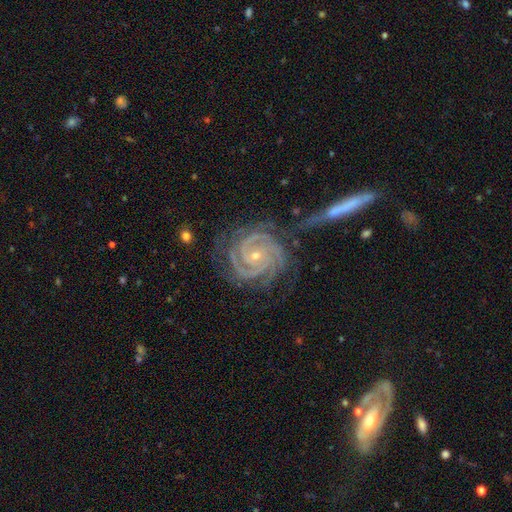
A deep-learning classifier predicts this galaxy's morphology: This is clearly a featured or disk galaxy (93%). It is clearly not viewed edge-on (98%). Bar: likely no (66%). Spiral arm pattern: clearly yes (99%). Spiral arm count: marginally 3 (39%). Spiral winding: clearly tight (82%). Central bulge: likely small (74%). Merging: likely none (64%).